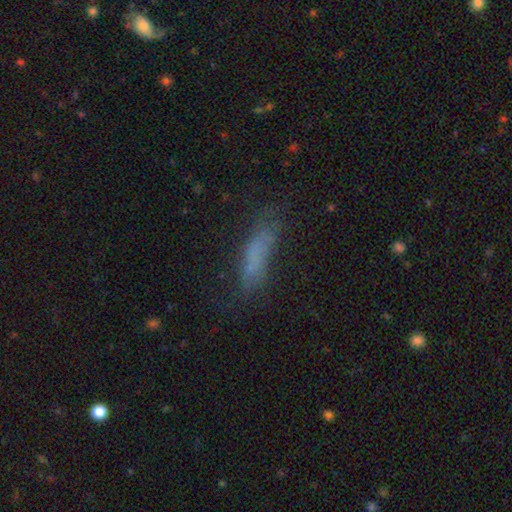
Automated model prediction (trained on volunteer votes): smooth-or-featured: smooth: 68% | featured or disk: 19% | star or artifact: 13%
  how-rounded: cigar-shaped: 68% | in between: 30% | round: 2%
  merging: none: 60% | minor disturbance: 23% | major disturbance: 14% | merger: 3%